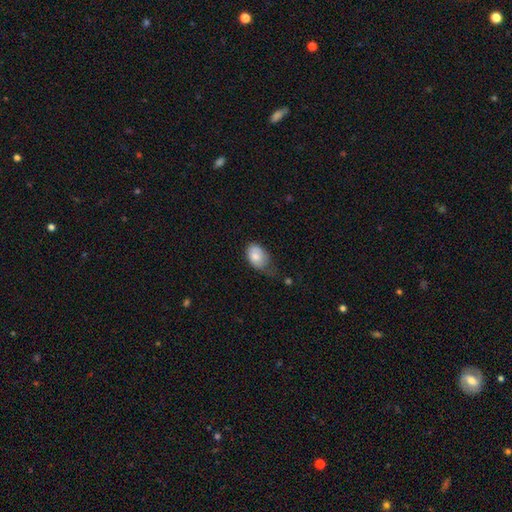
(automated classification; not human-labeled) smooth_or_featured: smooth (p=0.78) [alt: featured or disk p=0.15]
how_rounded: in between (p=0.83) [alt: round p=0.15]
merging: minor disturbance (p=0.42) [alt: none p=0.35]